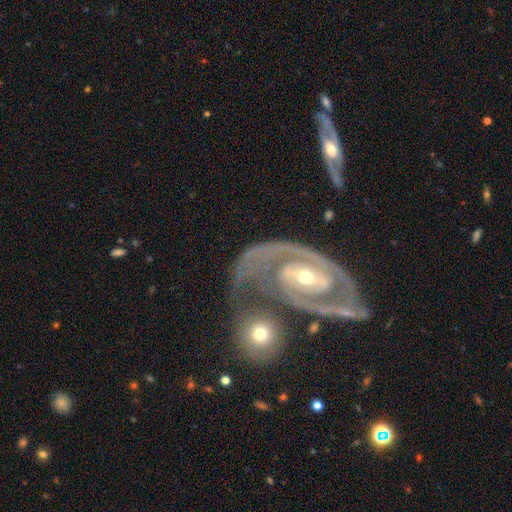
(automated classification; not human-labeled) smooth_or_featured: featured or disk (p=0.85) [alt: smooth p=0.09]
disk_edge_on: no (p=0.95) [alt: yes p=0.05]
bar: no (p=0.42) [alt: weak p=0.35]
has_spiral_arms: yes (p=0.89) [alt: no p=0.11]
spiral_winding: tight (p=0.44) [alt: medium p=0.41]
spiral_arm_count: 2 (p=0.70) [alt: 1 p=0.11]
bulge_size: moderate (p=0.53) [alt: small p=0.42]
merging: none (p=0.41) [alt: merger p=0.23]